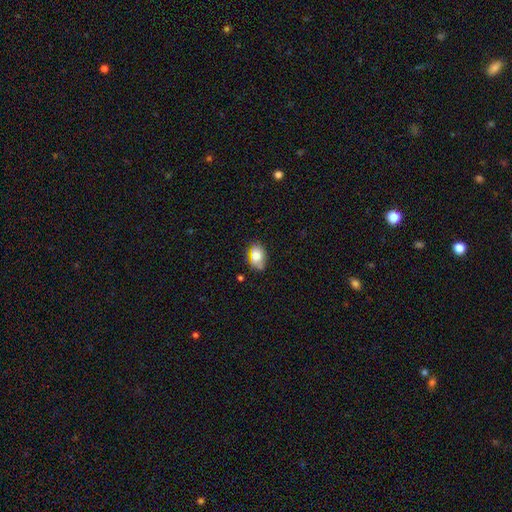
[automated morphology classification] A smooth galaxy with no disk features (78%) that is in between round and cigar-shaped (79%).

Vote fractions:
- Smooth or featured? smooth: 78% / featured or disk: 13% / star or artifact: 10%
- How rounded? in between: 79% / round: 19% / cigar-shaped: 2%
- Merging? none: 62% / minor disturbance: 27% / major disturbance: 6% / merger: 5%